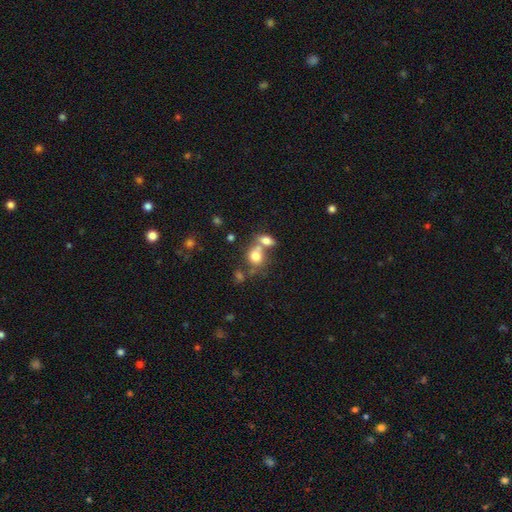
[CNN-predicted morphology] Smooth or featured? Predicted: smooth (p=0.75). How rounded? Predicted: round (p=0.58). Merging? Predicted: merger (p=0.48).